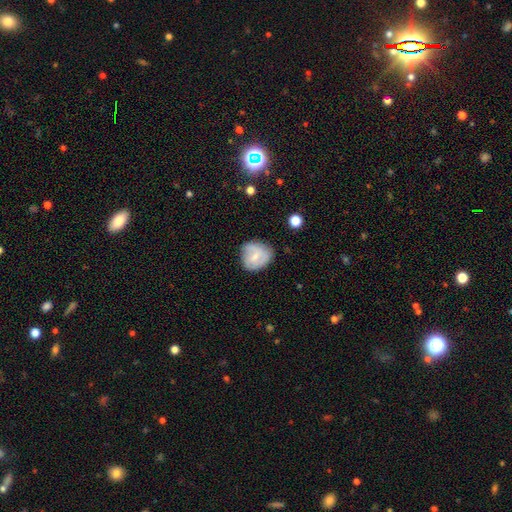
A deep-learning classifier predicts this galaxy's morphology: Smooth or featured?
  - smooth: 57% *
  - featured or disk: 35%
  - star or artifact: 8%
How rounded?
  - round: 72% *
  - in between: 27%
  - cigar-shaped: 1%
Merging?
  - none: 59% *
  - minor disturbance: 29%
  - major disturbance: 9%
  - merger: 2%